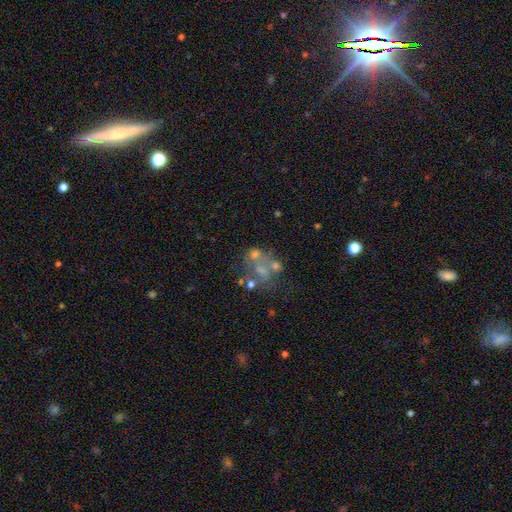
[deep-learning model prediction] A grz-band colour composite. It shows a featured or disk galaxy (49%). Merging: none (37%).